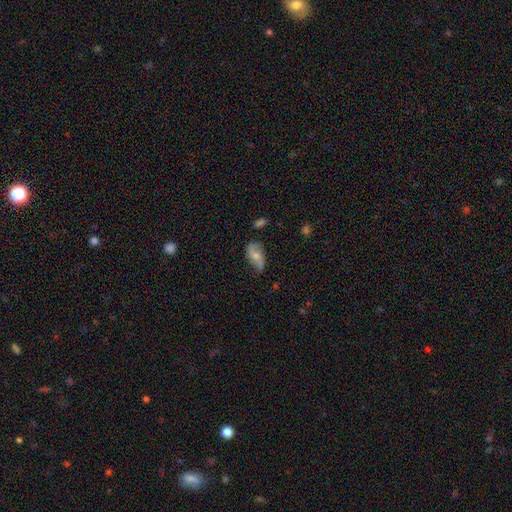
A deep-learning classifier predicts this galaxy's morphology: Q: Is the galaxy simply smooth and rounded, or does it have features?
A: featured or disk — 65%.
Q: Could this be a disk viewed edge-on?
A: no — 95%.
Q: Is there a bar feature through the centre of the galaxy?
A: no — 56%.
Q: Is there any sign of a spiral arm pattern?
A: yes — 89%.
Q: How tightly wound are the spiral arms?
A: loose — 67%.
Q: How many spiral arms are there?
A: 2 — 89%.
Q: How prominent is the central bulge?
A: moderate — 55%.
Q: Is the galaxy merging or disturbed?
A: none — 65%.